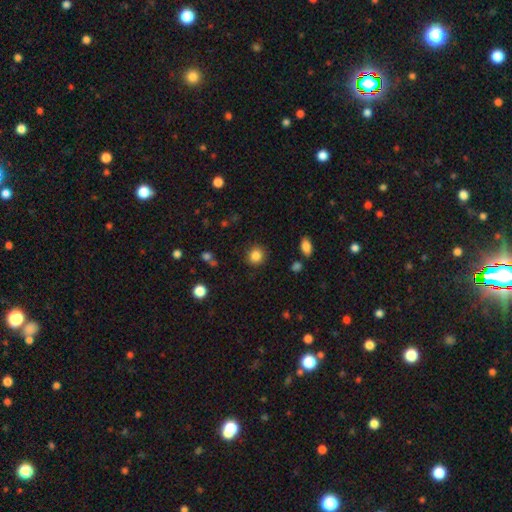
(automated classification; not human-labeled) Smooth or featured? smooth (85%)
How rounded? round (89%)
Merging? none (89%)